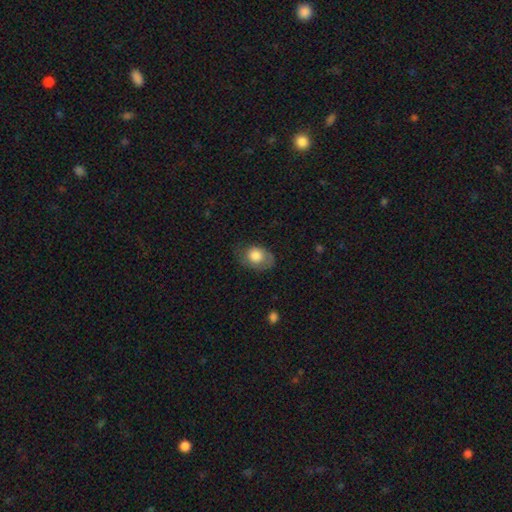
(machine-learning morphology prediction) Q: Smooth or featured?
A: smooth (73%); runner-up: featured or disk (19%)
Q: How rounded?
A: in between (63%); runner-up: round (36%)
Q: Merging?
A: none (55%); runner-up: minor disturbance (29%)